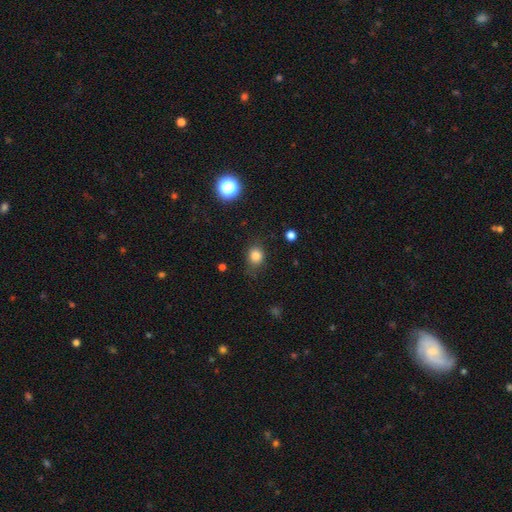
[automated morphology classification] A smooth galaxy with no disk features (83%) that is round (69%). Merging: none (76%).